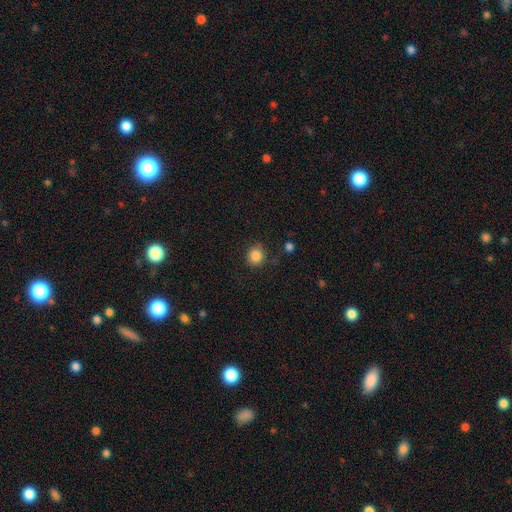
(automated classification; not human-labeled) A smooth galaxy with no disk features (86%) that is round (85%).

Vote fractions:
- Smooth or featured? smooth: 86% / star or artifact: 10% / featured or disk: 4%
- How rounded? round: 85% / in between: 15% / cigar-shaped: 1%
- Merging? none: 82% / minor disturbance: 12% / major disturbance: 3% / merger: 2%